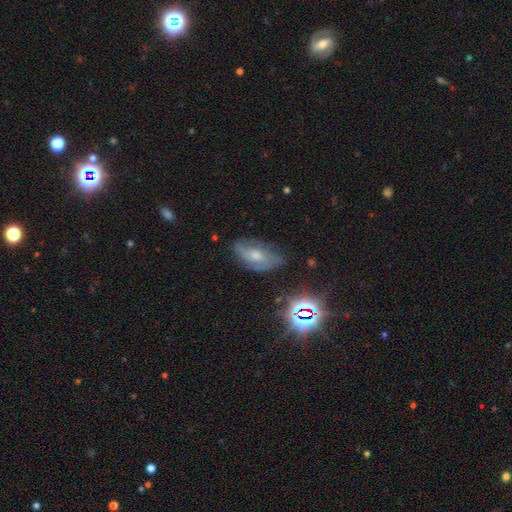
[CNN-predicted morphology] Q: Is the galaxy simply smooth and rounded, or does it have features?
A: featured or disk — 56%.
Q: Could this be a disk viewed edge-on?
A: no — 92%.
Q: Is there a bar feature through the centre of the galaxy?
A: no — 66%.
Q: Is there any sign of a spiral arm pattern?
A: yes — 82%.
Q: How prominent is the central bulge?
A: moderate — 50%.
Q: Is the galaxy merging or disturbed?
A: none — 63%.